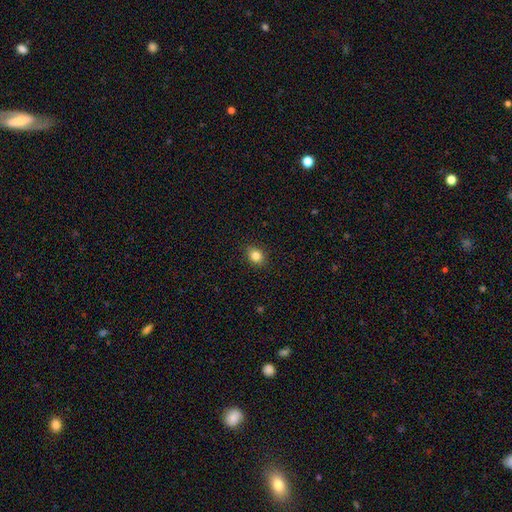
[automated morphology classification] smooth 83%, star or artifact 11%, featured or disk 6%. Down the decision tree: how rounded — in between (53%); merging — none (89%).